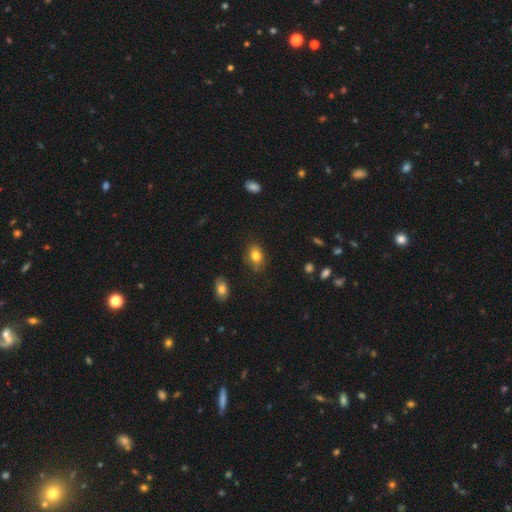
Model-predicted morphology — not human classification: Q: Smooth or featured?
A: smooth (81%); runner-up: star or artifact (10%)
Q: How rounded?
A: in between (70%); runner-up: round (28%)
Q: Merging?
A: none (78%); runner-up: minor disturbance (16%)